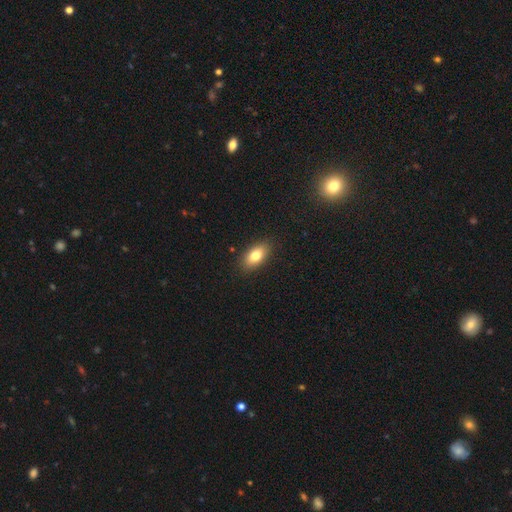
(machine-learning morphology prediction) A smooth galaxy with no disk features (79%) that is in between round and cigar-shaped (88%).

Vote fractions:
- Smooth or featured? smooth: 79% / featured or disk: 13% / star or artifact: 8%
- How rounded? in between: 88% / cigar-shaped: 6% / round: 6%
- Merging? none: 88% / minor disturbance: 9% / major disturbance: 2% / merger: 1%